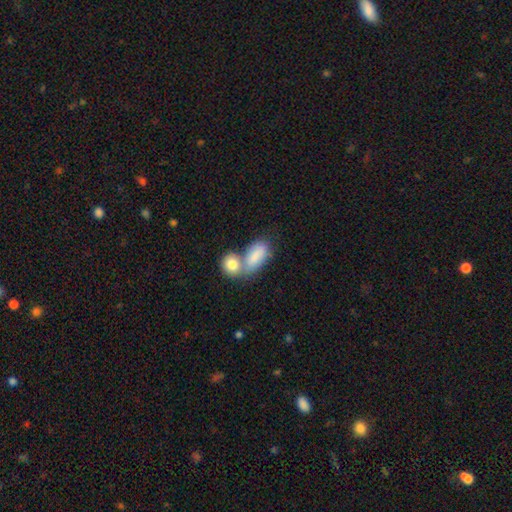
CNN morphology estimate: Smooth or featured? Predicted: smooth (p=0.82). How rounded? Predicted: in between (p=0.85). Merging? Predicted: merger (p=0.61).